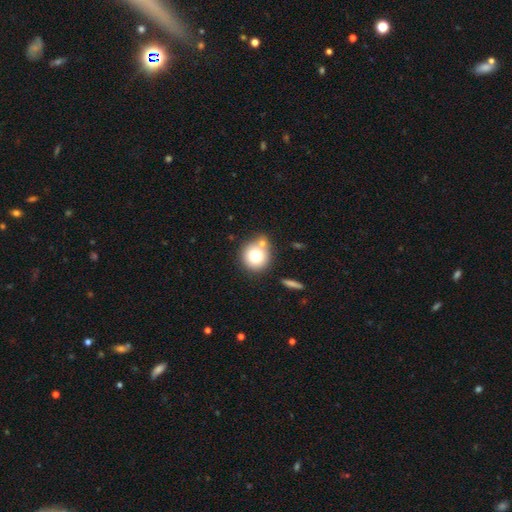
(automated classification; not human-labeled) Q: Smooth or featured?
A: smooth (76%); runner-up: featured or disk (14%)
Q: How rounded?
A: round (89%); runner-up: in between (10%)
Q: Merging?
A: none (62%); runner-up: merger (23%)